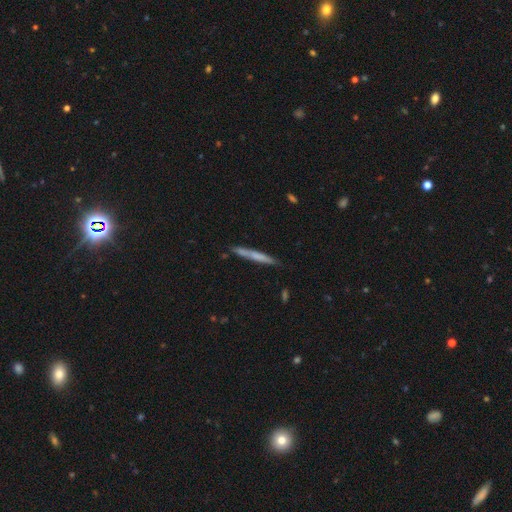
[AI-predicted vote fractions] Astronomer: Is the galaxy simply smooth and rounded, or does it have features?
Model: smooth — 58% (runner-up: featured or disk, 36%).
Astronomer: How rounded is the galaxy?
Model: cigar-shaped — 96%.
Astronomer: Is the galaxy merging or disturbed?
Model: none — 87%.